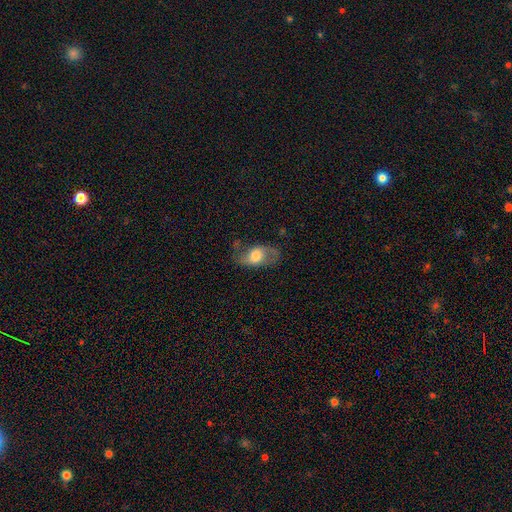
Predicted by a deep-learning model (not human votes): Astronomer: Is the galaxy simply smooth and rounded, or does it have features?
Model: featured or disk — 53% (runner-up: smooth, 40%).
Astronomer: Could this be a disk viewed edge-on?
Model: no — 92%.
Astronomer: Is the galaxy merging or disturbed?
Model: none — 66%.